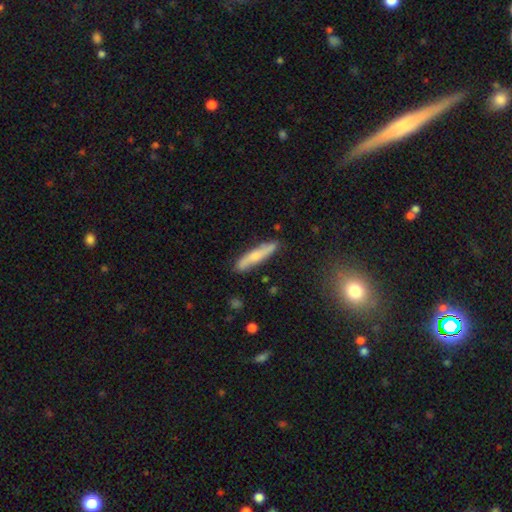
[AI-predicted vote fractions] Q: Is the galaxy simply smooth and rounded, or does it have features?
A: smooth — 58%.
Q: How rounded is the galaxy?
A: cigar-shaped — 89%.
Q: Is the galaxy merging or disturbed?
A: none — 84%.